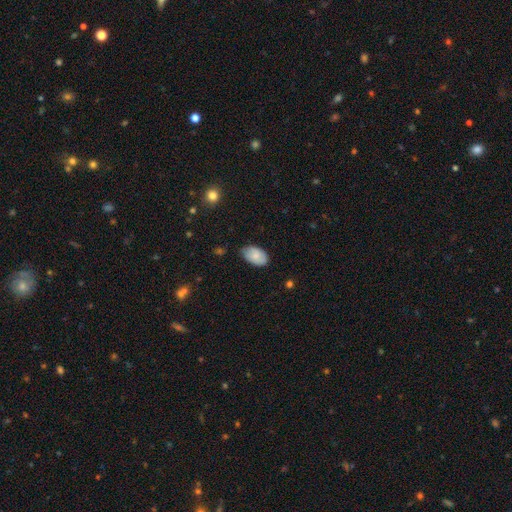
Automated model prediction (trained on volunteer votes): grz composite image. It shows a smooth galaxy with no disk features (80%) that is in between round and cigar-shaped (93%). Merging: none (70%).